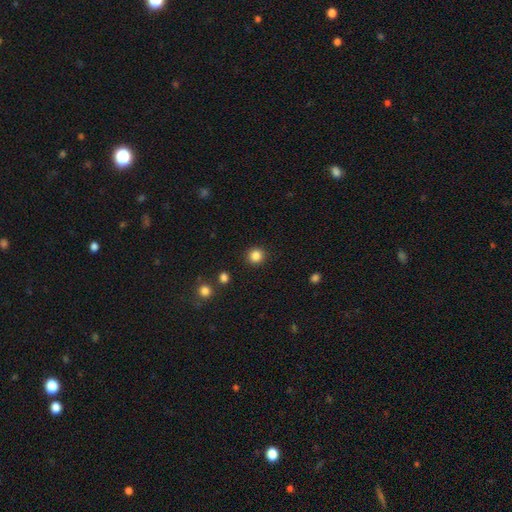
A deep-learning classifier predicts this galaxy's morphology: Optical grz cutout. It shows a smooth galaxy with no disk features (85%) that is round (92%). Merging: none (91%).